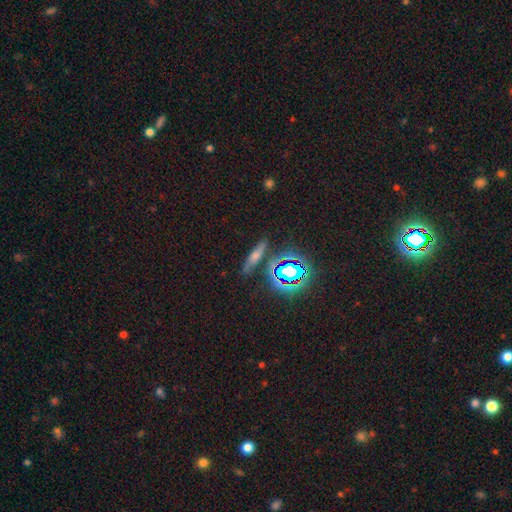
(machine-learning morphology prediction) smooth 50%, featured or disk 25%, star or artifact 25%. Down the decision tree: how rounded — cigar-shaped (68%); merging — none (79%).